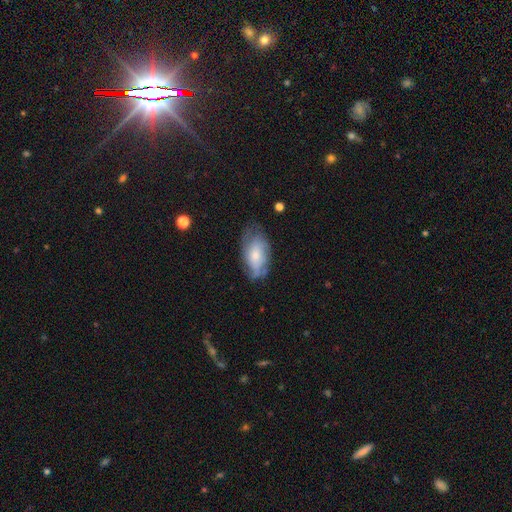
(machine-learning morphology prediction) Q: Smooth or featured?
A: smooth (47%); runner-up: featured or disk (46%)
Q: Merging?
A: none (55%); runner-up: minor disturbance (30%)